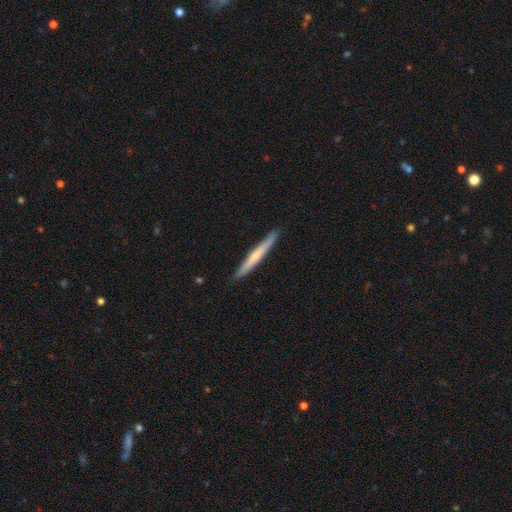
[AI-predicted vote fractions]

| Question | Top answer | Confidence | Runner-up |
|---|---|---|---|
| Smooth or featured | smooth | 49% | featured or disk (46%) |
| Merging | none | 91% | minor disturbance (7%) |